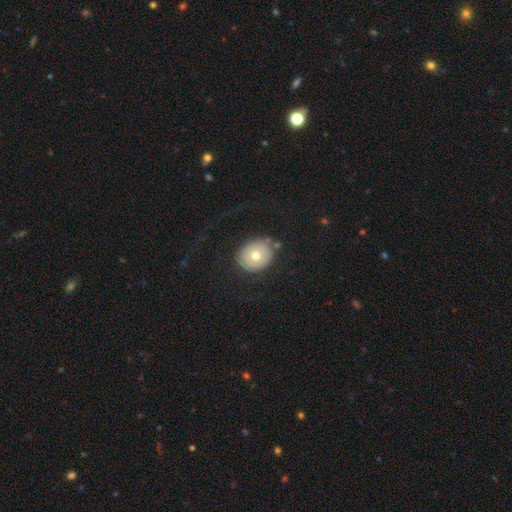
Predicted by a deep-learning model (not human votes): Q: Smooth or featured?
A: smooth (63%); runner-up: featured or disk (28%)
Q: How rounded?
A: round (57%); runner-up: in between (42%)
Q: Merging?
A: none (77%); runner-up: minor disturbance (15%)